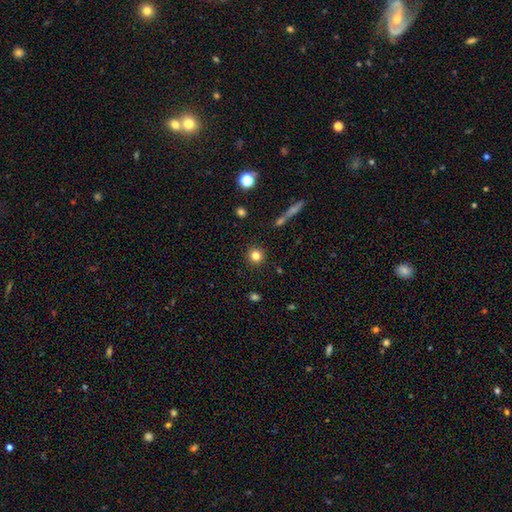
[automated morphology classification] A smooth galaxy with no disk features (81%) that is round (94%).

Vote fractions:
- Smooth or featured? smooth: 81% / star or artifact: 12% / featured or disk: 7%
- How rounded? round: 94% / in between: 5% / cigar-shaped: 1%
- Merging? none: 90% / minor disturbance: 6% / merger: 2% / major disturbance: 2%